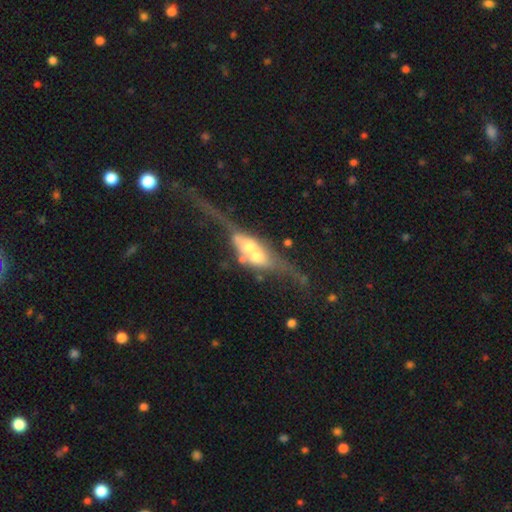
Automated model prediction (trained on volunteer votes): Smooth or featured? Predicted: featured or disk (p=0.63). Edge-on disk? Predicted: yes (p=0.60). Merging? Predicted: merger (p=0.45).